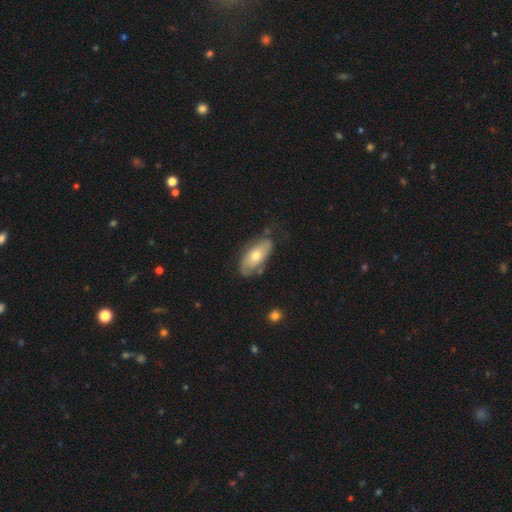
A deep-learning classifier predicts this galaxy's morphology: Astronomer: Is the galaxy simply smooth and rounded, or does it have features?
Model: smooth — 56% (runner-up: featured or disk, 38%).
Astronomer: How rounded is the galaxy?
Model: in between — 88%.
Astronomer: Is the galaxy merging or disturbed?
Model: none — 66%.